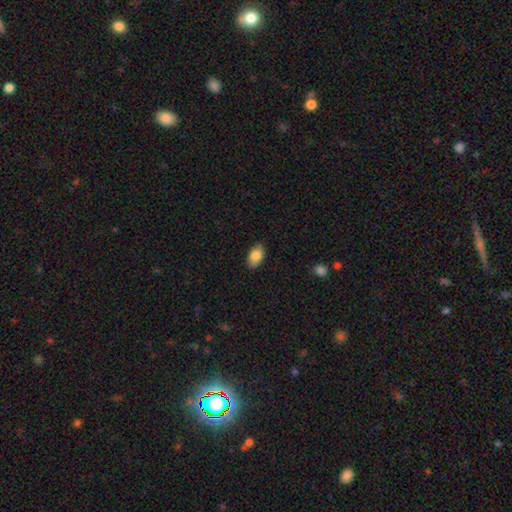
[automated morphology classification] smooth_or_featured: smooth (p=0.85) [alt: featured or disk p=0.08]
how_rounded: in between (p=0.93) [alt: round p=0.06]
merging: none (p=0.87) [alt: minor disturbance p=0.10]